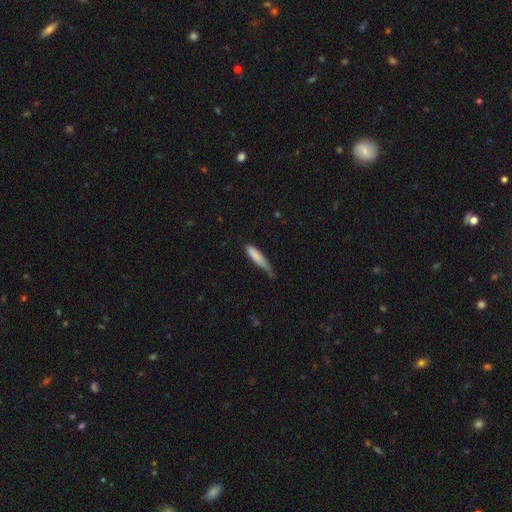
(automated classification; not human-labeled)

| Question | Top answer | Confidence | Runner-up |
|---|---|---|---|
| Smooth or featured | smooth | 81% | featured or disk (13%) |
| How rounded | cigar-shaped | 80% | in between (18%) |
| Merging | minor disturbance | 43% | none (38%) |